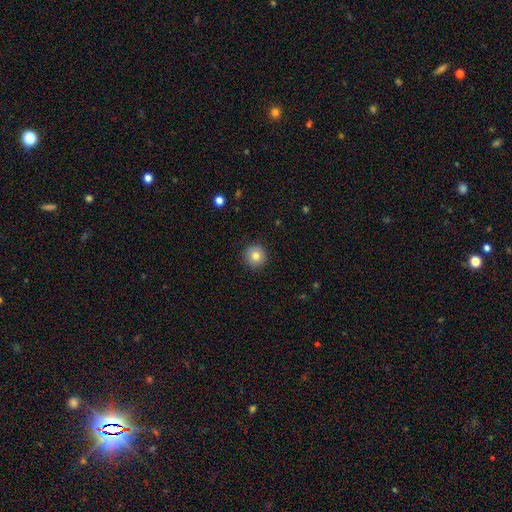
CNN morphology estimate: smooth-or-featured: smooth: 81% | star or artifact: 10% | featured or disk: 9%
  how-rounded: round: 95% | in between: 4% | cigar-shaped: 1%
  merging: none: 91% | minor disturbance: 6% | major disturbance: 2% | merger: 1%